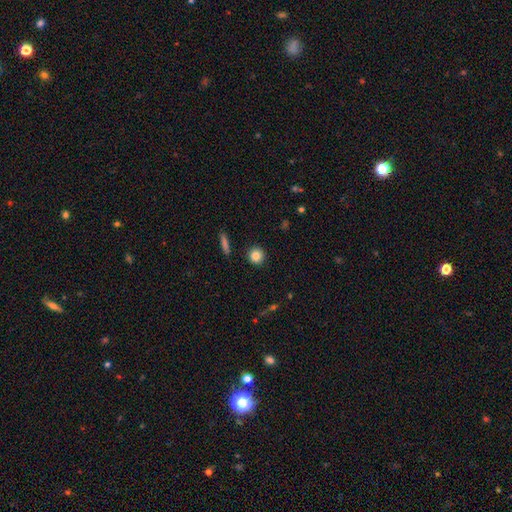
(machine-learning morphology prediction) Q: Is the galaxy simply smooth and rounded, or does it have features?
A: smooth — 84%.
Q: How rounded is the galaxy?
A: round — 92%.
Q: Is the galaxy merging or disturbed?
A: none — 91%.